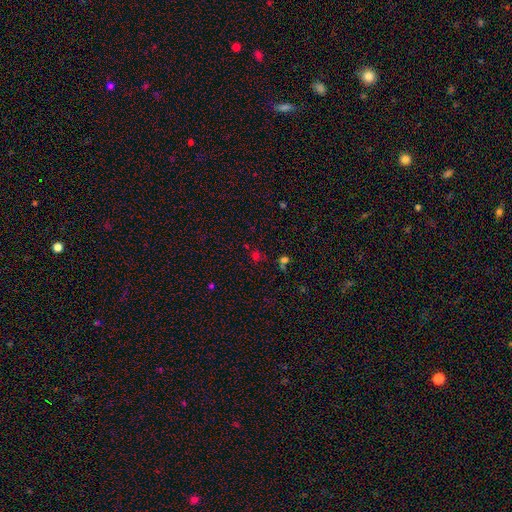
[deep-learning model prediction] Smooth or featured? smooth (49%)
Merging? none (61%)